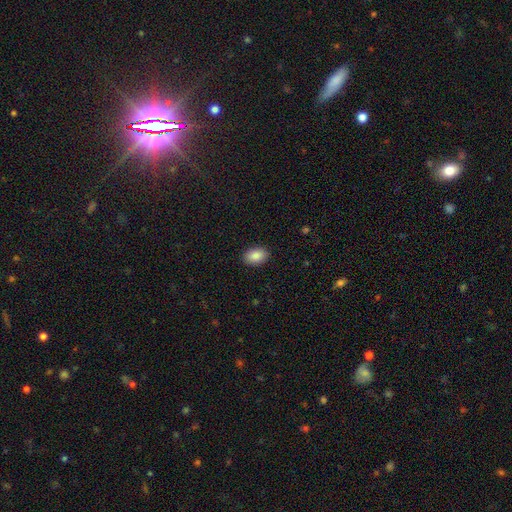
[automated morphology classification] type=smooth (89%); roundness=in between (88%); merging=none (90%).